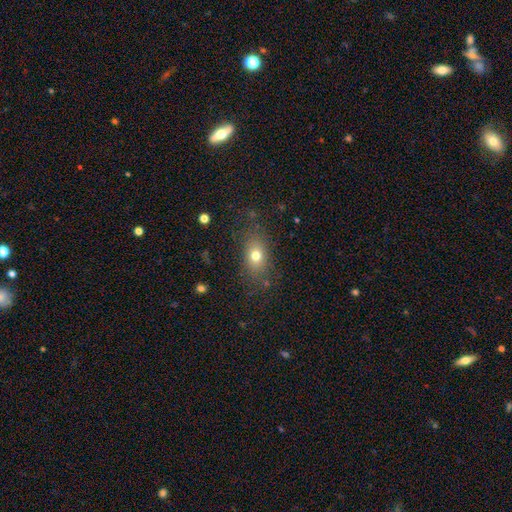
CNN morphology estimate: smooth 73%, featured or disk 14%, star or artifact 13%. Down the decision tree: how rounded — in between (70%); merging — none (77%).